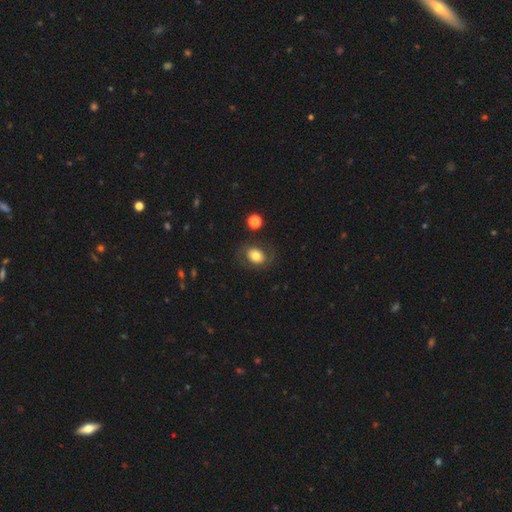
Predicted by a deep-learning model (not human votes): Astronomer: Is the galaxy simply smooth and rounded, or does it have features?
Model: smooth — 63%.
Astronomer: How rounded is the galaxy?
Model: in between — 57% (runner-up: round, 42%).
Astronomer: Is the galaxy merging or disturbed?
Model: none — 73%.